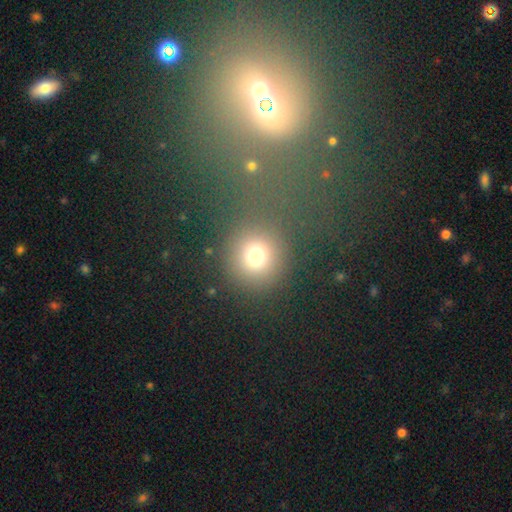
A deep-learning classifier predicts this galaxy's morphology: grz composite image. It shows a smooth galaxy with no disk features (73%) that is round (89%). Merging: none (79%).